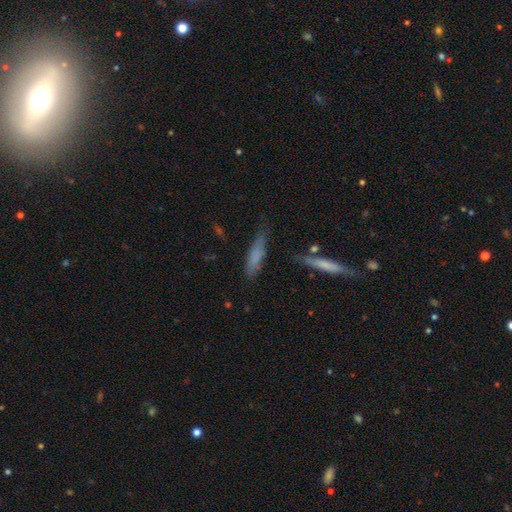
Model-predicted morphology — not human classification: This is likely a smooth galaxy (72%). How rounded: likely cigar-shaped (73%). Merging: likely none (67%).